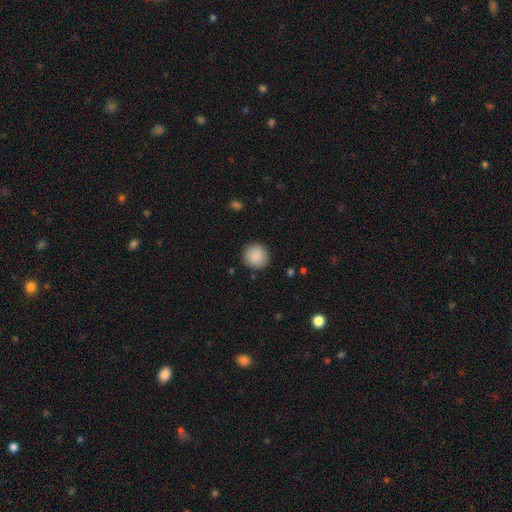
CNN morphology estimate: This appears to be a smooth galaxy with no disk features (90%) that is round (93%). Merging: none (90%).